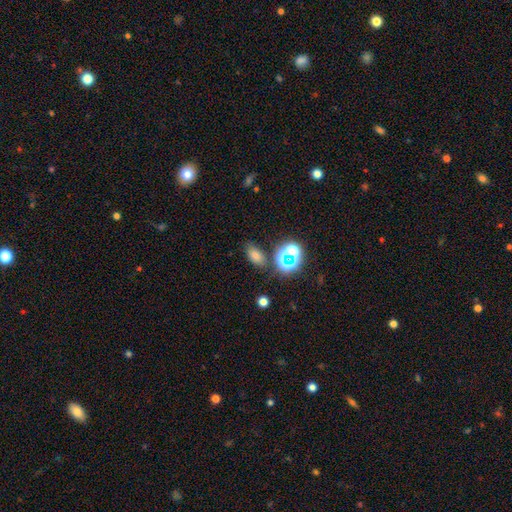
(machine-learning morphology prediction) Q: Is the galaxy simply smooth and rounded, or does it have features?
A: smooth — 60%.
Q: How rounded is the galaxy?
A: in between — 80%.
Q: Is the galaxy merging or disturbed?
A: none — 78%.